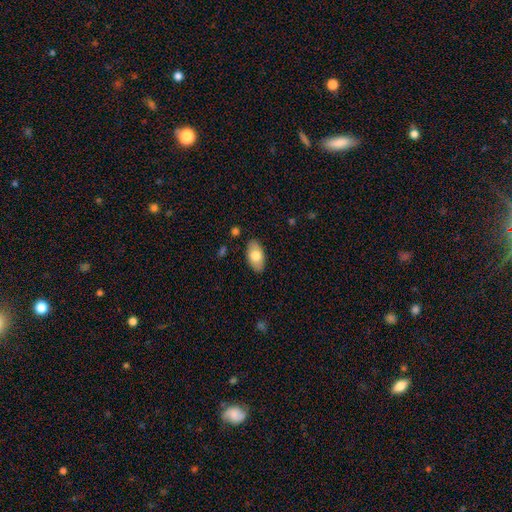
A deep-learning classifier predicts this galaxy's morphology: A smooth galaxy with no disk features (75%) that is in between round and cigar-shaped (94%).

Vote fractions:
- Smooth or featured? smooth: 75% / featured or disk: 19% / star or artifact: 6%
- How rounded? in between: 94% / round: 3% / cigar-shaped: 2%
- Merging? none: 87% / minor disturbance: 10% / major disturbance: 2% / merger: 1%